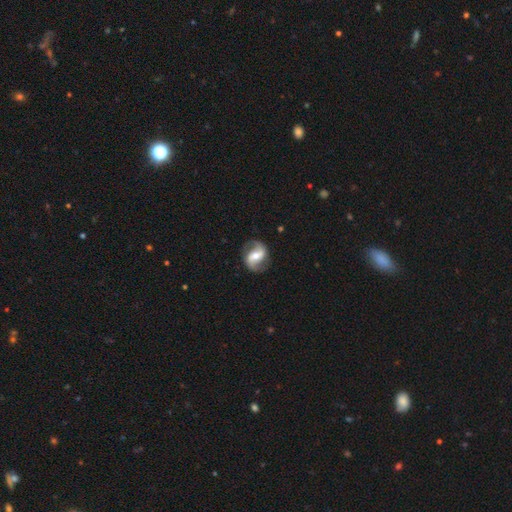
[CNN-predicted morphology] Smooth or featured? featured or disk (83%)
Edge-on disk? no (97%)
Bar? weak (39%, tied with strong)
Spiral arms? yes (93%)
Spiral winding? loose (44%)
Spiral arm count? 2 (92%)
Bulge size? moderate (62%)
Merging? none (82%)